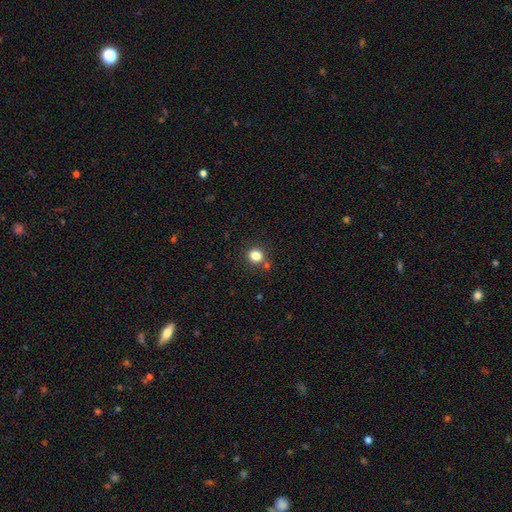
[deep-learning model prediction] smooth-or-featured: smooth: 82% | star or artifact: 13% | featured or disk: 5%
  how-rounded: round: 80% | in between: 19% | cigar-shaped: 1%
  merging: none: 82% | minor disturbance: 9% | merger: 7% | major disturbance: 3%